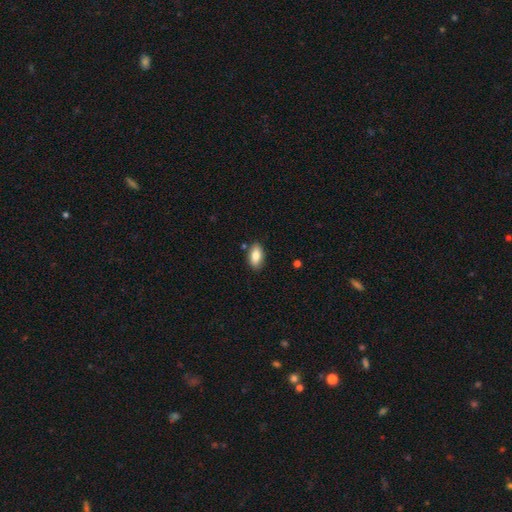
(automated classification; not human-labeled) This is clearly a smooth galaxy (81%). How rounded: clearly in between (90%). Merging: clearly none (85%).